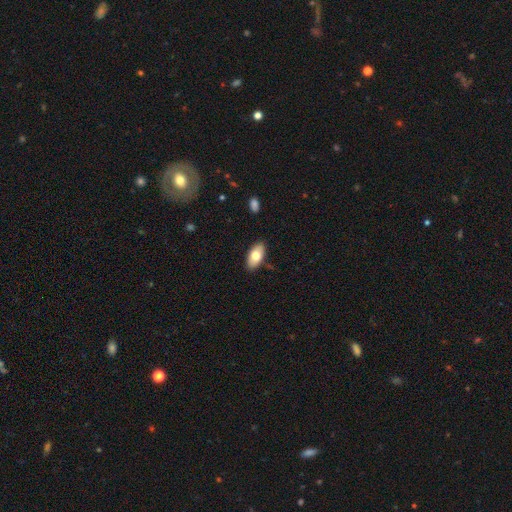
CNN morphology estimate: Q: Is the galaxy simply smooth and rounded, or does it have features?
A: smooth — 76%.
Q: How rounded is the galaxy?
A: in between — 93%.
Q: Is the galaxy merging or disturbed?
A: none — 87%.